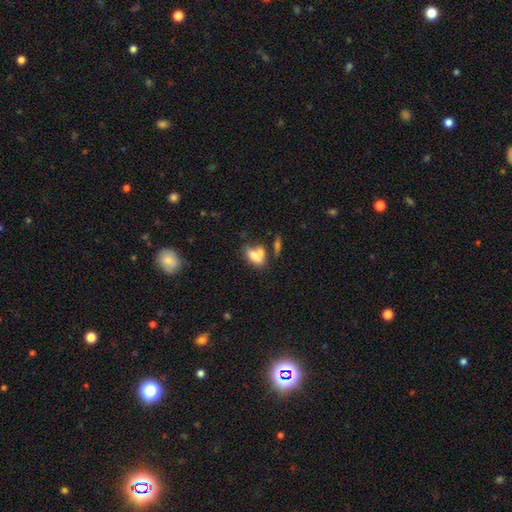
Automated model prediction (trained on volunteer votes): Q: Smooth or featured?
A: smooth (73%); runner-up: featured or disk (17%)
Q: How rounded?
A: in between (82%); runner-up: cigar-shaped (9%)
Q: Merging?
A: merger (39%); runner-up: none (37%)